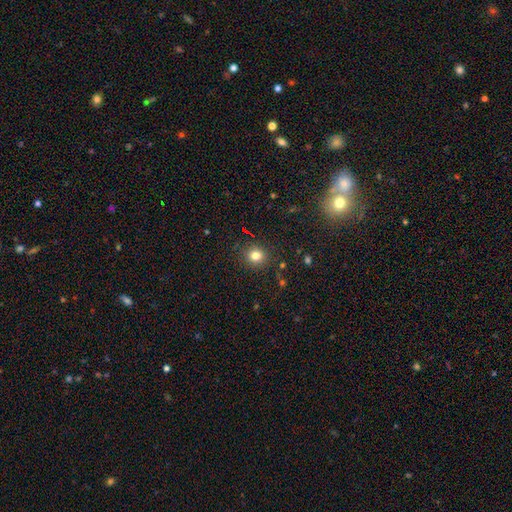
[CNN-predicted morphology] A smooth galaxy with no disk features (79%) that is round (85%).

Vote fractions:
- Smooth or featured? smooth: 79% / star or artifact: 15% / featured or disk: 6%
- How rounded? round: 85% / in between: 14% / cigar-shaped: 1%
- Merging? none: 89% / minor disturbance: 7% / major disturbance: 3% / merger: 2%